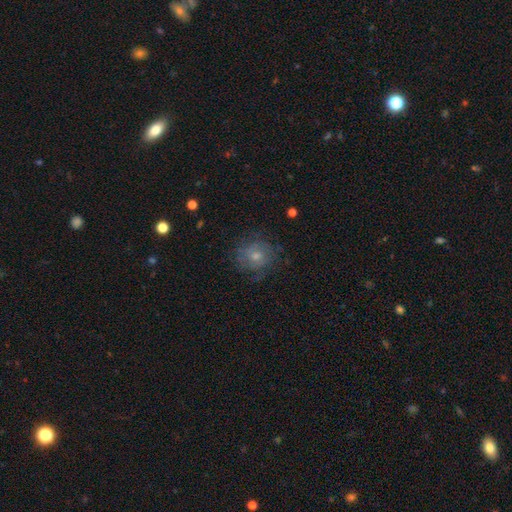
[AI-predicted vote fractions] smooth-or-featured: featured or disk: 42% | smooth: 39% | star or artifact: 19%
  merging: none: 77% | minor disturbance: 14% | major disturbance: 7% | merger: 1%